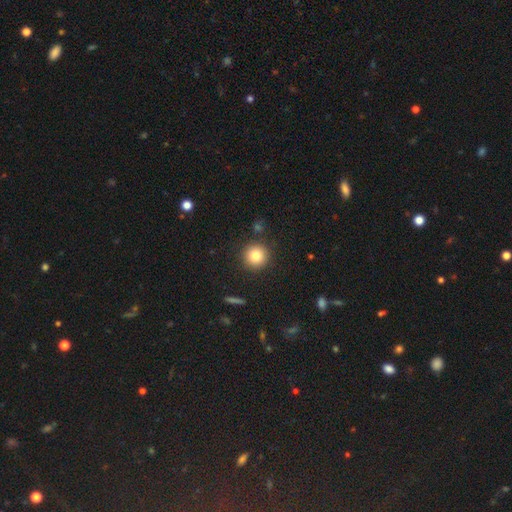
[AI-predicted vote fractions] A smooth galaxy with no disk features (81%) that is round (94%).

Vote fractions:
- Smooth or featured? smooth: 81% / star or artifact: 11% / featured or disk: 8%
- How rounded? round: 94% / in between: 5% / cigar-shaped: 1%
- Merging? none: 90% / minor disturbance: 6% / major disturbance: 2% / merger: 2%